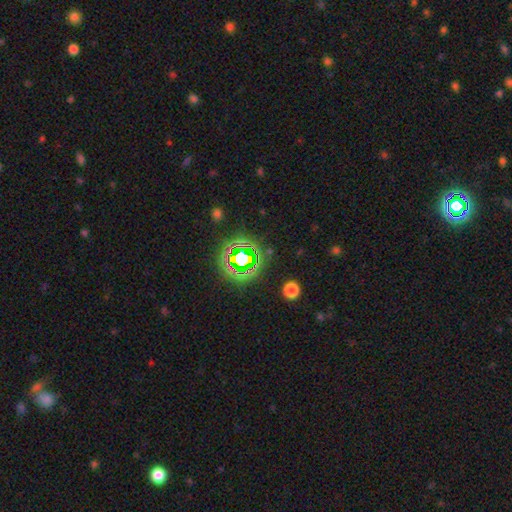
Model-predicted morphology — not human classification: A star or artifact, not a galaxy (78%).